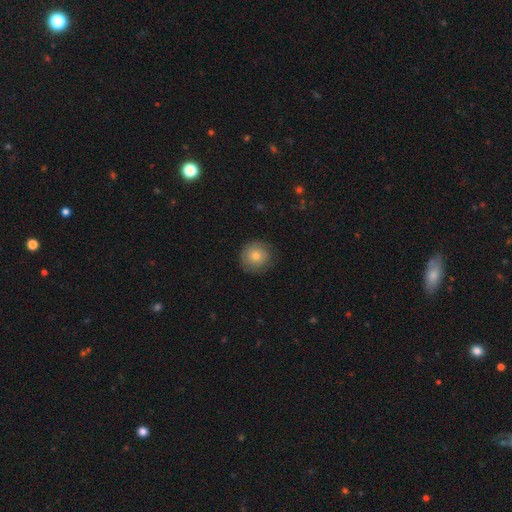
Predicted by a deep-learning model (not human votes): A smooth galaxy with no disk features (75%) that is round (94%). Merging: none (86%).